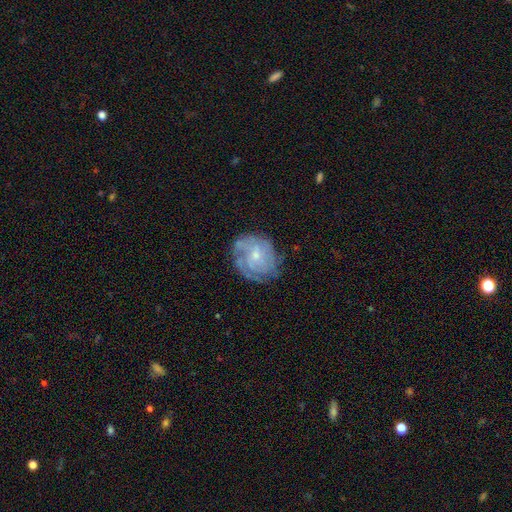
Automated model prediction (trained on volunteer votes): smooth-or-featured: featured or disk: 74% | smooth: 19% | star or artifact: 7%
  disk-edge-on: no: 98% | yes: 2%
    bar: no: 68% | weak: 28% | strong: 4%
    has-spiral-arms: yes: 85% | no: 15%
      spiral-winding: tight: 60% | medium: 30% | loose: 10%
      spiral-arm-count: can't tell: 46% | 3: 18% | 2: 15% | 4: 11% | 1: 6% | more than 4: 5%
    bulge-size: small: 68% | moderate: 26% | none: 4% | large: 1% | dominant: 1%
  merging: none: 66% | minor disturbance: 22% | major disturbance: 10% | merger: 2%